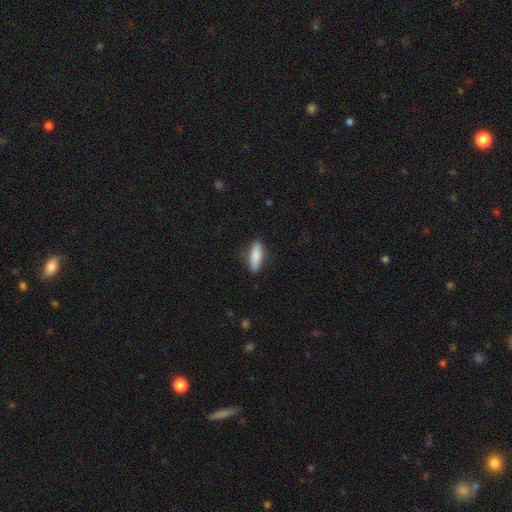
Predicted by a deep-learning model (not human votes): A smooth galaxy with no disk features (86%) that is in between round and cigar-shaped (55%). Merging: none (83%).